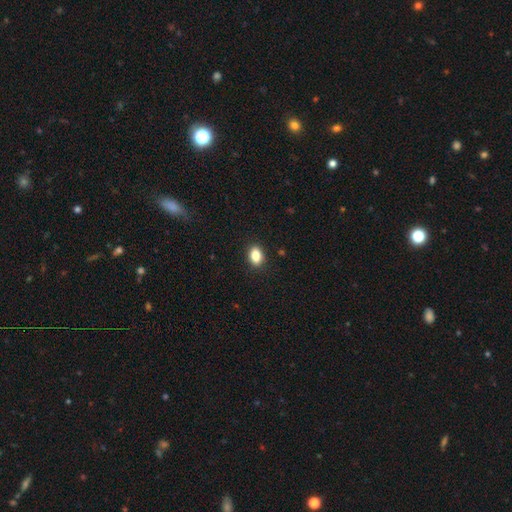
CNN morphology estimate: Smooth or featured? smooth (86%)
How rounded? in between (79%)
Merging? none (90%)